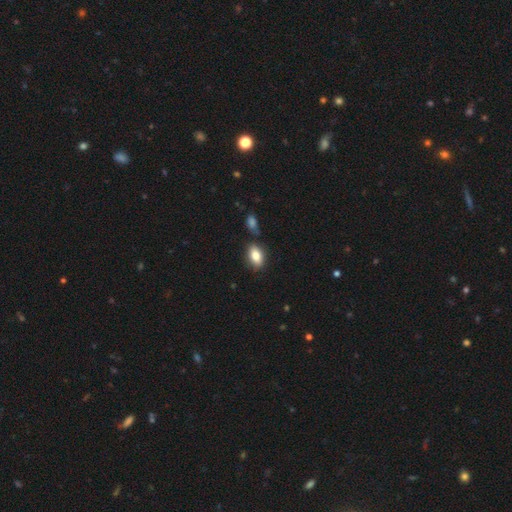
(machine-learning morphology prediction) smooth-or-featured: smooth: 83% | featured or disk: 9% | star or artifact: 8%
  how-rounded: in between: 89% | round: 8% | cigar-shaped: 3%
  merging: none: 75% | minor disturbance: 14% | merger: 8% | major disturbance: 3%